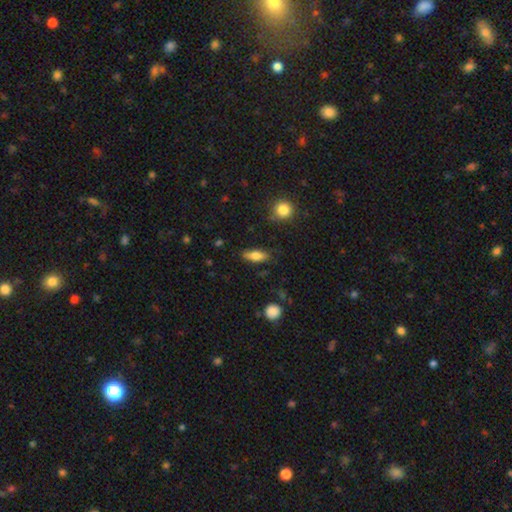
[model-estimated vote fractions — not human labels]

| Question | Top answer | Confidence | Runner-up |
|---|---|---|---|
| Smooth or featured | smooth | 73% | featured or disk (19%) |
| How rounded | in between | 71% | cigar-shaped (26%) |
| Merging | none | 79% | minor disturbance (15%) |